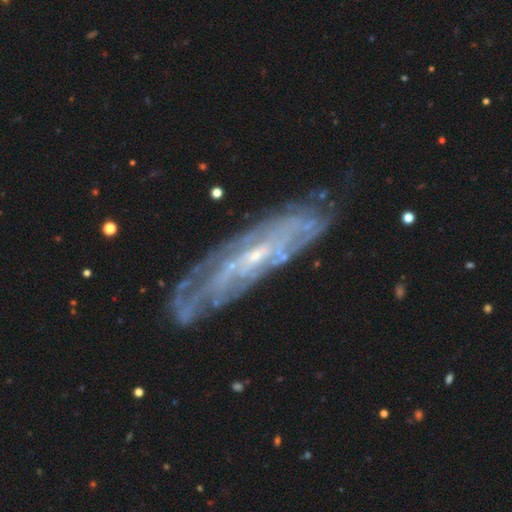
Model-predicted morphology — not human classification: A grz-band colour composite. It shows a featured or disk galaxy (83%) with no bar (52%), tight (69%) spiral arms (90%) and a small central bulge (77%). Merging: none (77%).